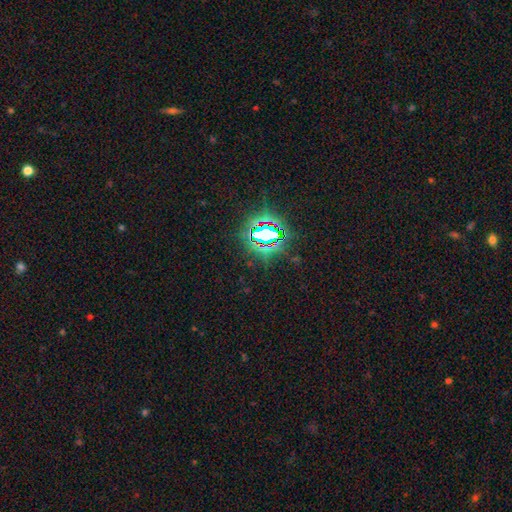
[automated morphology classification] star or artifact 83%, smooth 11%, featured or disk 7%.